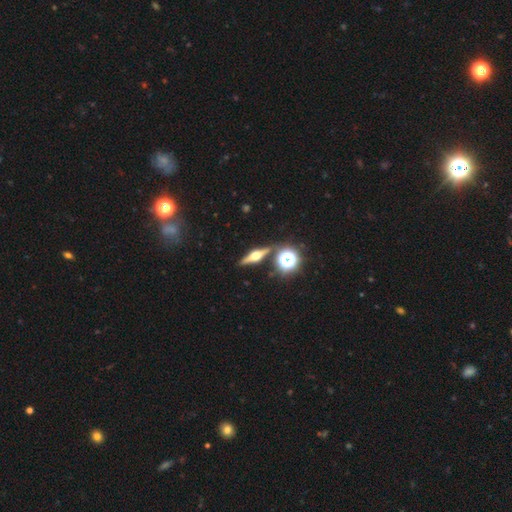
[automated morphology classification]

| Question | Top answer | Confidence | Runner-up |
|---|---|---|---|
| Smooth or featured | featured or disk | 72% | smooth (17%) |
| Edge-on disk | yes | 96% | no (4%) |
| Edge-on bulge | rounded | 95% | boxy (3%) |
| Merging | none | 86% | minor disturbance (7%) |